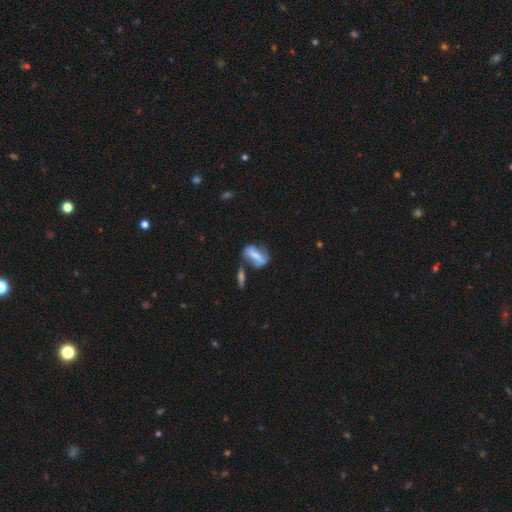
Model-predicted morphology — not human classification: smooth-or-featured: featured or disk: 48% | smooth: 43% | star or artifact: 9%
  merging: none: 45% | merger: 22% | minor disturbance: 20% | major disturbance: 13%